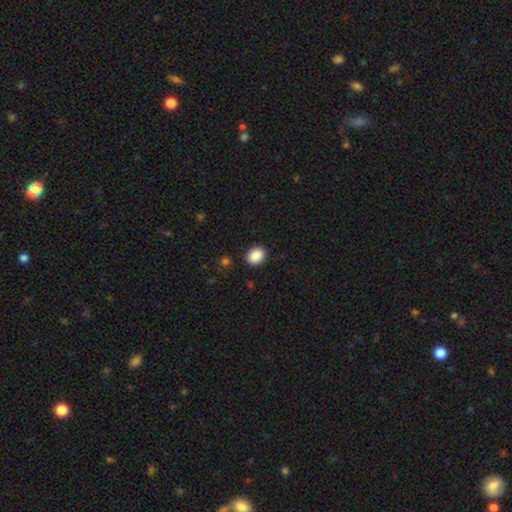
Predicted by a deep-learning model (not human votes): smooth 89%, star or artifact 8%, featured or disk 3%. Down the decision tree: how rounded — round (50%); merging — none (89%).